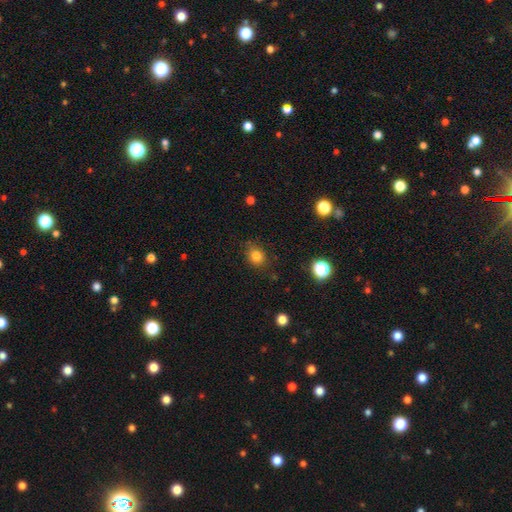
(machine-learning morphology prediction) type=smooth (81%); roundness=round (68%); merging=none (82%).